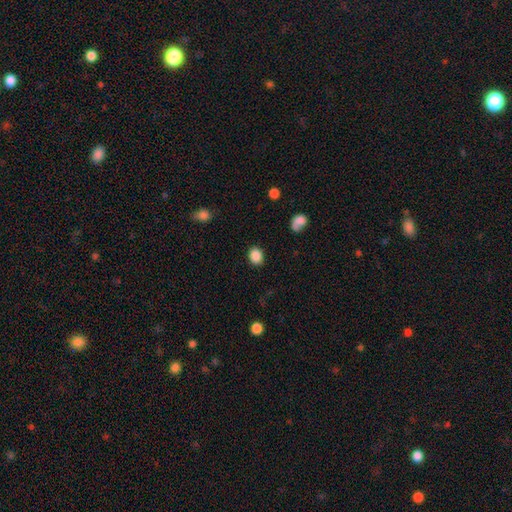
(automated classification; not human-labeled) This is clearly a smooth galaxy (88%). How rounded: possibly round (50%). Merging: clearly none (87%).